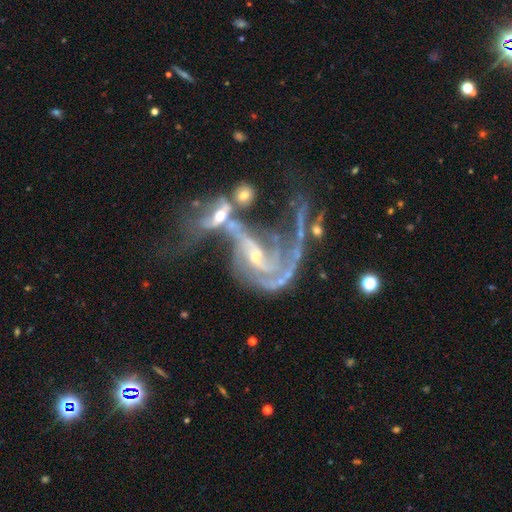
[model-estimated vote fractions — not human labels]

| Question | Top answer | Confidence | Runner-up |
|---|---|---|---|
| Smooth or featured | featured or disk | 86% | star or artifact (8%) |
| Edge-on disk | no | 96% | yes (4%) |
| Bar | weak | 38% | tied: no (38%) |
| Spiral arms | yes | 89% | no (11%) |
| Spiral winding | loose | 54% | medium (33%) |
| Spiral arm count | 2 | 57% | 1 (21%) |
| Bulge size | small | 57% | moderate (33%) |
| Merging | merger | 58% | major disturbance (23%) |